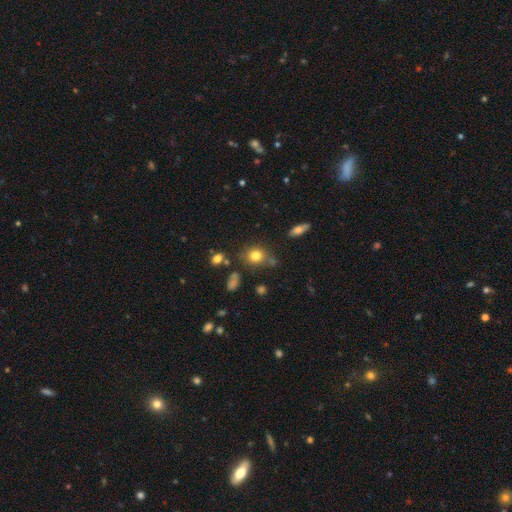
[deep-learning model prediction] This is likely a smooth galaxy (79%). How rounded: likely round (67%). Merging: likely none (71%).